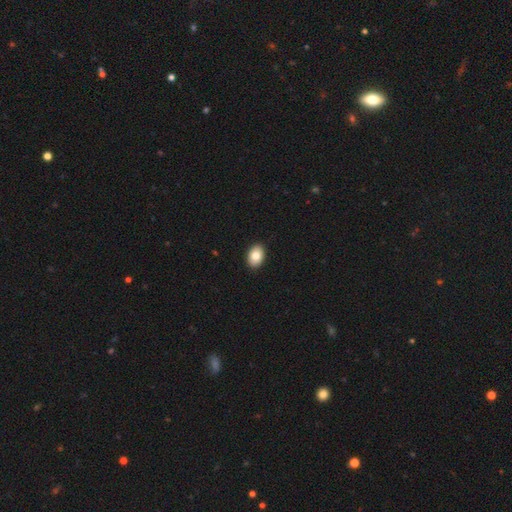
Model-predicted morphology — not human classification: Overall: smooth (81%). How rounded: in between (84%). Merging: none (92%).